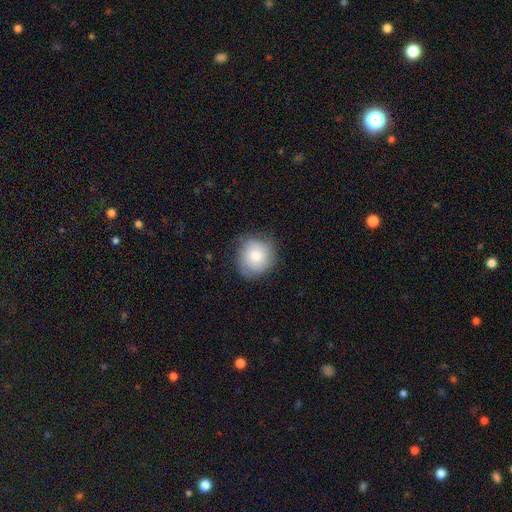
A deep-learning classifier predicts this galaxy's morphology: smooth-or-featured: smooth: 74% | featured or disk: 19% | star or artifact: 8%
  how-rounded: round: 89% | in between: 10% | cigar-shaped: 1%
  merging: none: 74% | minor disturbance: 20% | major disturbance: 5% | merger: 1%